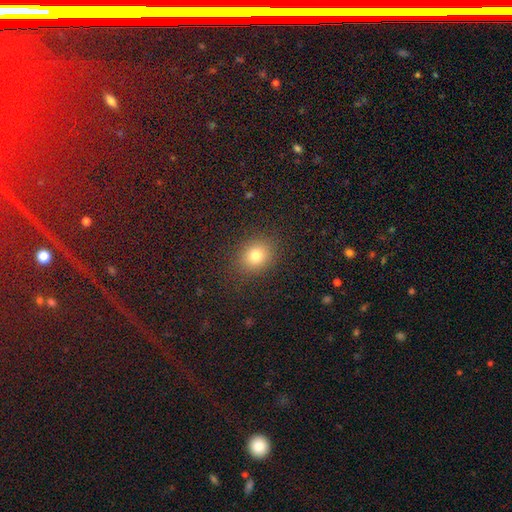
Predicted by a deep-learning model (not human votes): This appears to be a smooth galaxy with no disk features (78%) that is round (68%). Merging: none (87%).